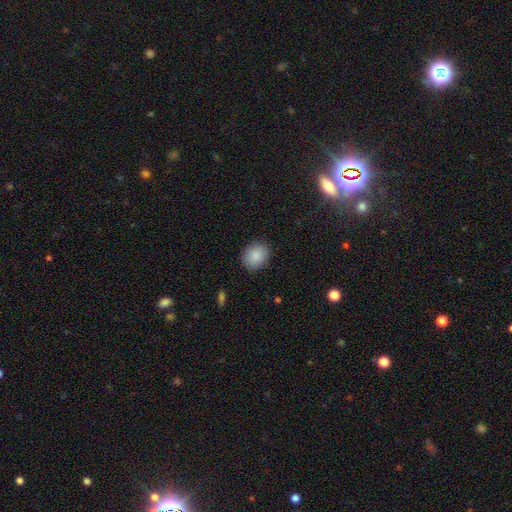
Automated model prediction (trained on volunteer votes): Smooth or featured: smooth — 88% (star or artifact — 8%)
How rounded: round — 54% (in between — 45%)
Merging: none — 87% (minor disturbance — 9%)